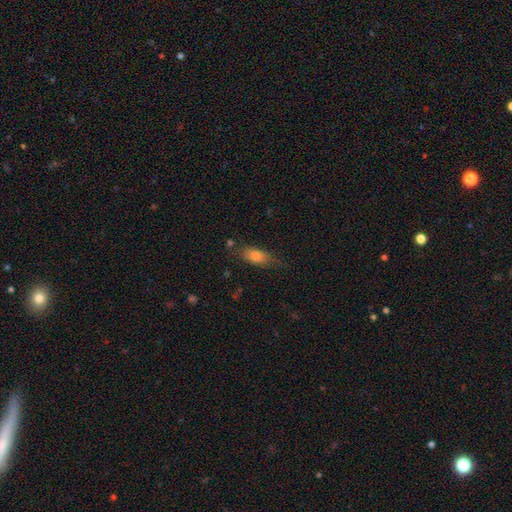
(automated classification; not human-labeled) The model was most divided on "merging": none: 68%, minor disturbance: 22%, major disturbance: 7%, merger: 3%. More confident: smooth or featured — smooth (72%); how rounded — in between (72%).